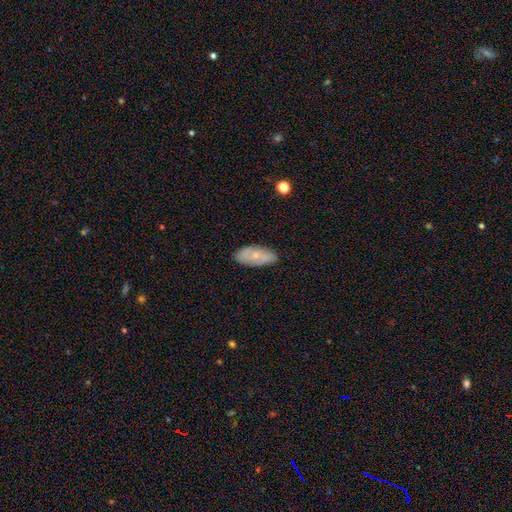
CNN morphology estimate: Smooth or featured?
  - smooth: 54% *
  - featured or disk: 38%
  - star or artifact: 7%
How rounded?
  - in between: 87% *
  - cigar-shaped: 10%
  - round: 3%
Merging?
  - none: 81% *
  - minor disturbance: 15%
  - major disturbance: 3%
  - merger: 2%